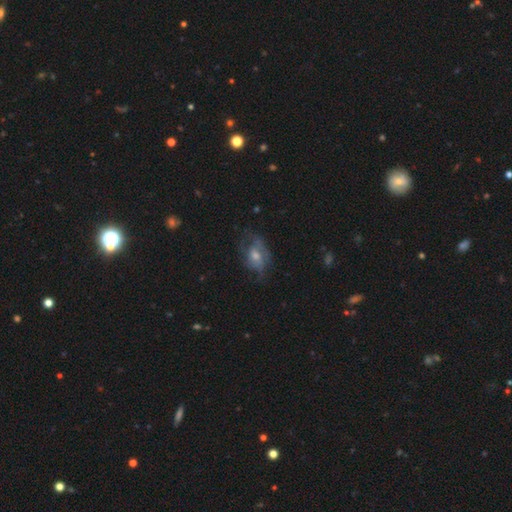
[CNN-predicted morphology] A featured or disk galaxy (61%) with no bar (69%), spiral arms (70%) and a moderate central bulge (54%). Merging: none (50%).